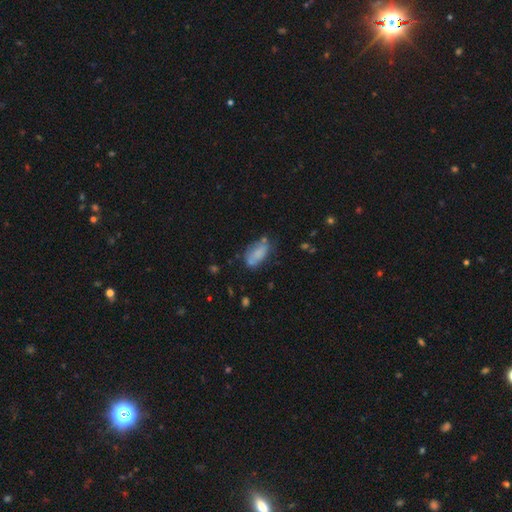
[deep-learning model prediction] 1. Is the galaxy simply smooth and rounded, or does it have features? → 77% smooth, 15% featured or disk, 9% star or artifact.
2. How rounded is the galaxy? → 90% in between, 5% cigar-shaped, 5% round.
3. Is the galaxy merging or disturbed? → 54% none, 26% minor disturbance, 11% merger, 10% major disturbance.